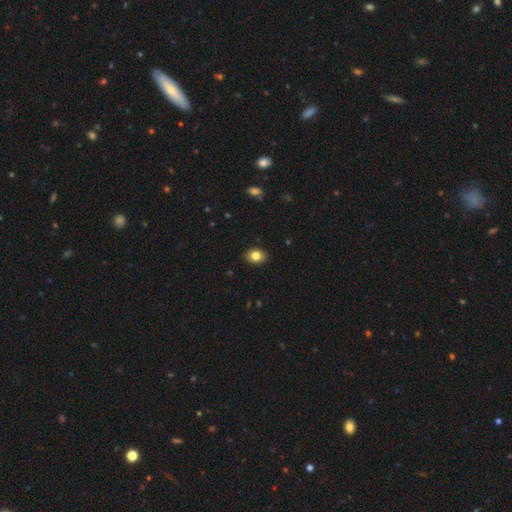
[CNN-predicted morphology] smooth_or_featured: smooth (p=0.83) [alt: star or artifact p=0.09]
how_rounded: in between (p=0.66) [alt: round p=0.33]
merging: none (p=0.89) [alt: minor disturbance p=0.09]